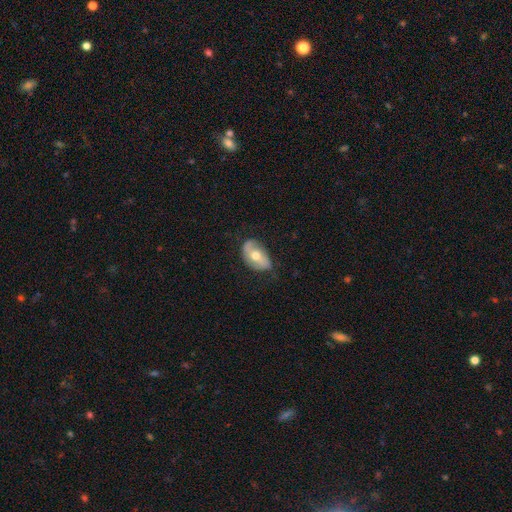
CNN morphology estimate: Smooth or featured?
  - featured or disk: 51% *
  - smooth: 42%
  - star or artifact: 7%
Edge-on disk?
  - no: 91% *
  - yes: 9%
Merging?
  - none: 61% *
  - minor disturbance: 28%
  - major disturbance: 9%
  - merger: 1%